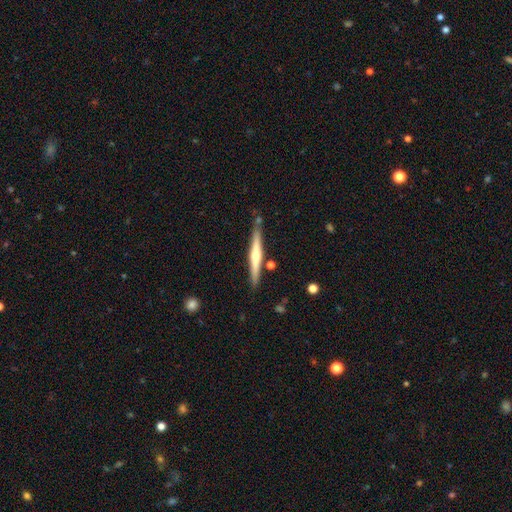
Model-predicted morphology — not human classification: Smooth or featured?
  - featured or disk: 64% *
  - smooth: 31%
  - star or artifact: 5%
Edge-on disk?
  - yes: 97% *
  - no: 3%
Edge-on bulge?
  - rounded: 84% *
  - none: 12%
  - boxy: 4%
Merging?
  - none: 82% *
  - minor disturbance: 11%
  - merger: 4%
  - major disturbance: 2%